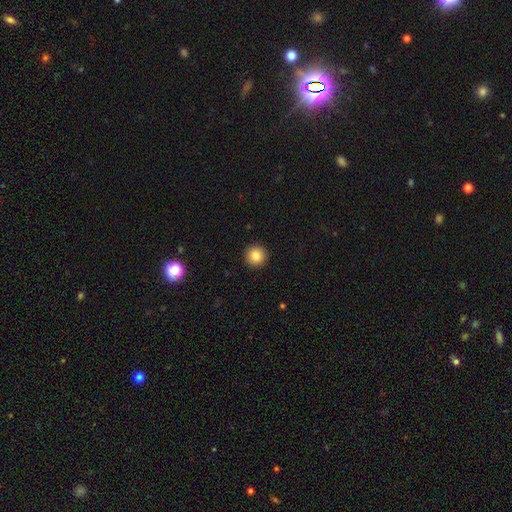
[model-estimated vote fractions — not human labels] smooth-or-featured: smooth: 85% | star or artifact: 9% | featured or disk: 5%
  how-rounded: round: 95% | in between: 4% | cigar-shaped: 1%
  merging: none: 93% | minor disturbance: 5% | major disturbance: 2% | merger: 1%